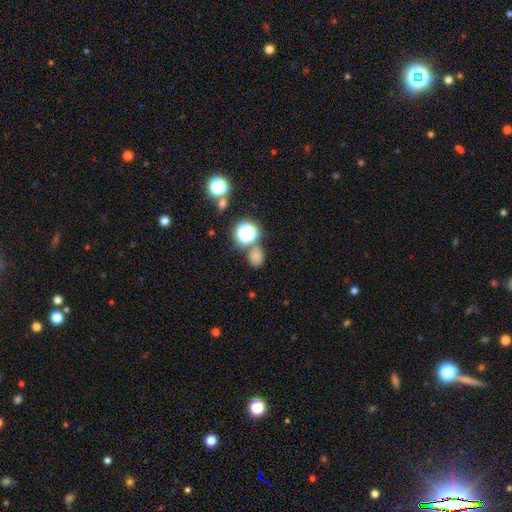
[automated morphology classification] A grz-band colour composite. It shows a smooth galaxy with no disk features (70%) that is round (63%). Merging: none (69%).